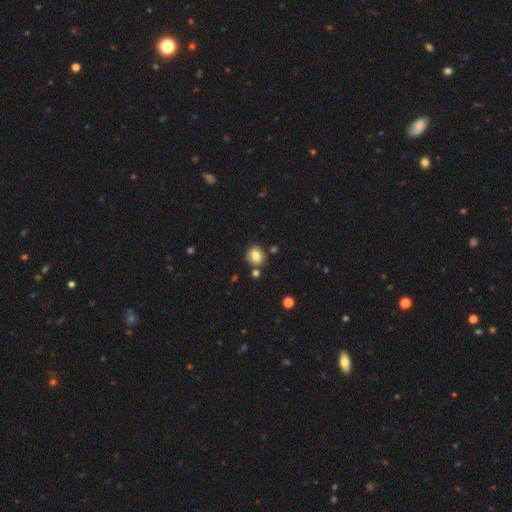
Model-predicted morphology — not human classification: A smooth galaxy with no disk features (79%) that is round (71%).

Vote fractions:
- Smooth or featured? smooth: 79% / featured or disk: 11% / star or artifact: 10%
- How rounded? round: 71% / in between: 28% / cigar-shaped: 1%
- Merging? none: 76% / minor disturbance: 12% / merger: 9% / major disturbance: 3%